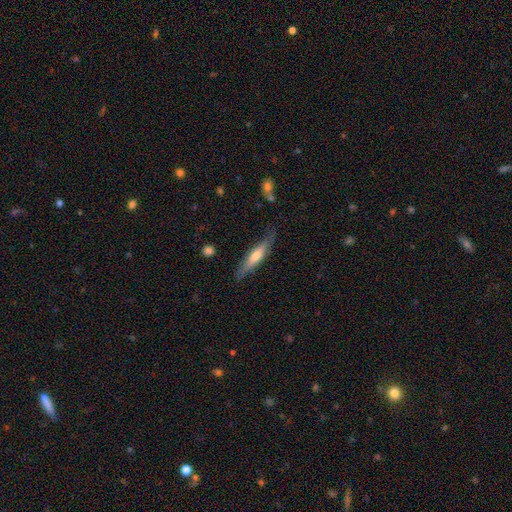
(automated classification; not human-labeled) A featured or disk galaxy (48%).

Vote fractions:
- Smooth or featured? featured or disk: 48% / smooth: 47% / star or artifact: 6%
- Merging? none: 79% / minor disturbance: 16% / major disturbance: 3% / merger: 2%